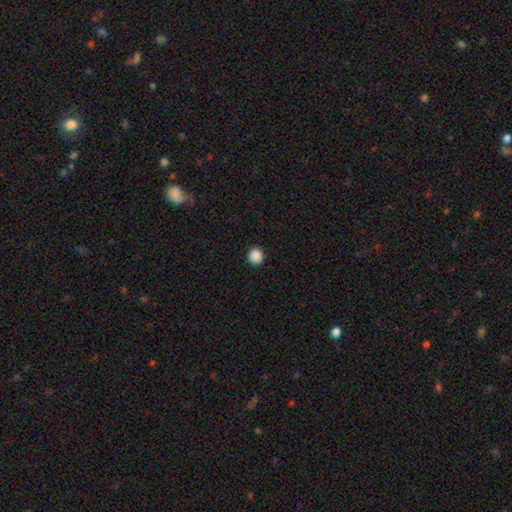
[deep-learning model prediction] Overall: smooth (88%). How rounded: round (84%). Merging: none (92%).